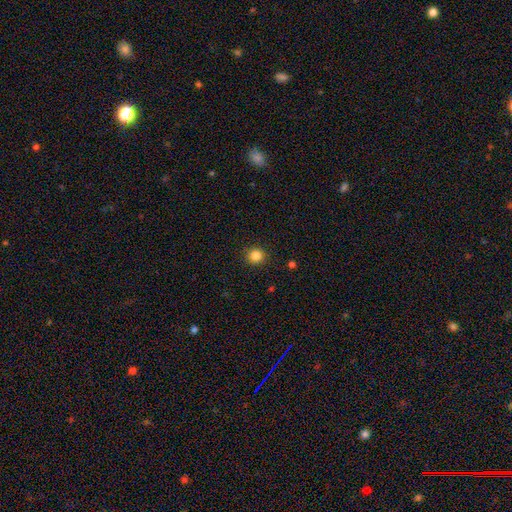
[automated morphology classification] Q: Smooth or featured?
A: smooth (84%); runner-up: star or artifact (12%)
Q: How rounded?
A: round (93%); runner-up: in between (7%)
Q: Merging?
A: none (91%); runner-up: minor disturbance (6%)